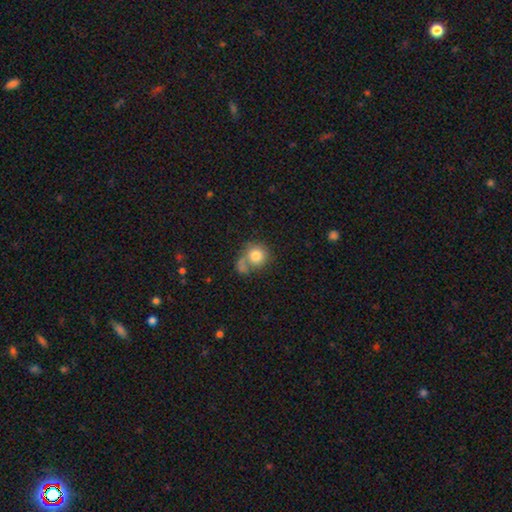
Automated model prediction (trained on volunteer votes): Smooth or featured? smooth (80%)
How rounded? round (86%)
Merging? none (44%)